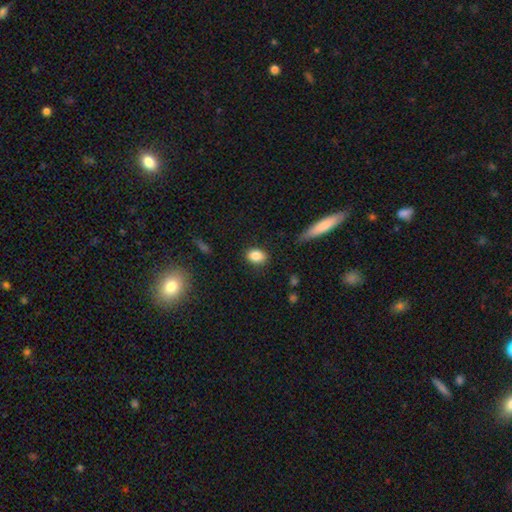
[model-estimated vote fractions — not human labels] smooth_or_featured: smooth (p=0.85) [alt: star or artifact p=0.09]
how_rounded: in between (p=0.71) [alt: round p=0.27]
merging: none (p=0.84) [alt: minor disturbance p=0.11]